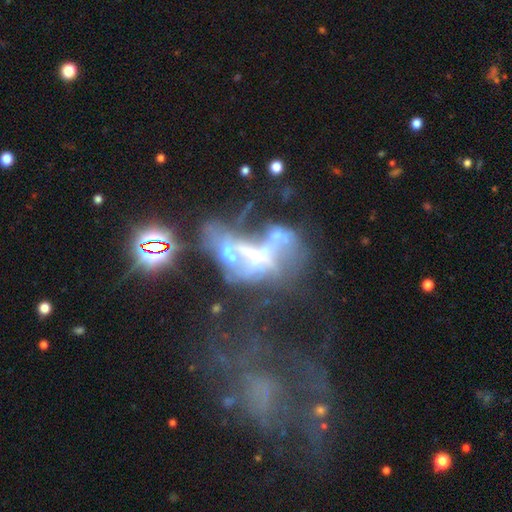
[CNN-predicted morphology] Smooth or featured: featured or disk — 61% (star or artifact — 25%)
Edge-on disk: no — 94% (yes — 6%)
Bar: no — 71% (strong — 15%)
Spiral arms: no — 85% (yes — 15%)
Bulge size: none — 52% (moderate — 22%)
Merging: merger — 42% (major disturbance — 38%)